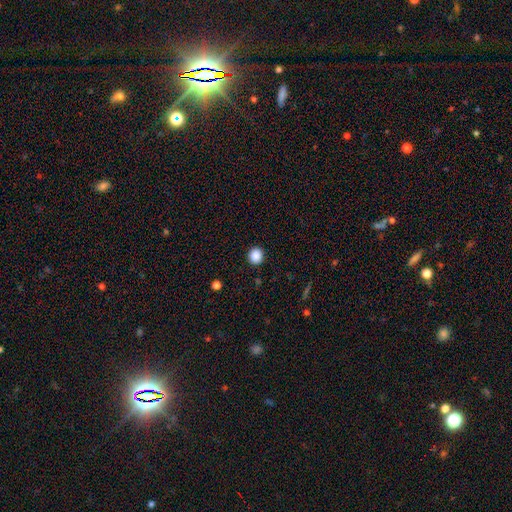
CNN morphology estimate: Smooth or featured? smooth (88%)
How rounded? round (88%)
Merging? none (92%)